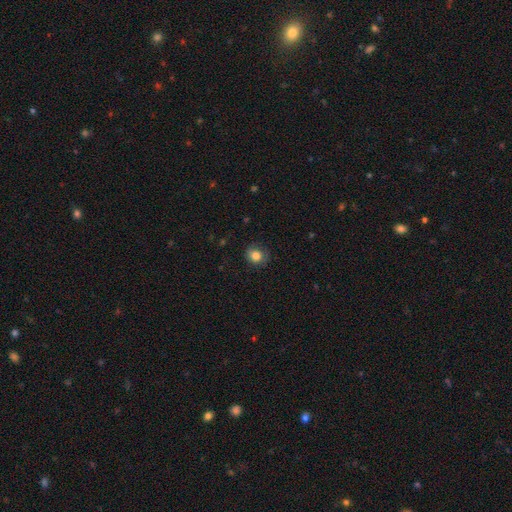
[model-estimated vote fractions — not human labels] This appears to be a smooth galaxy with no disk features (81%) that is round (78%). Merging: none (76%).